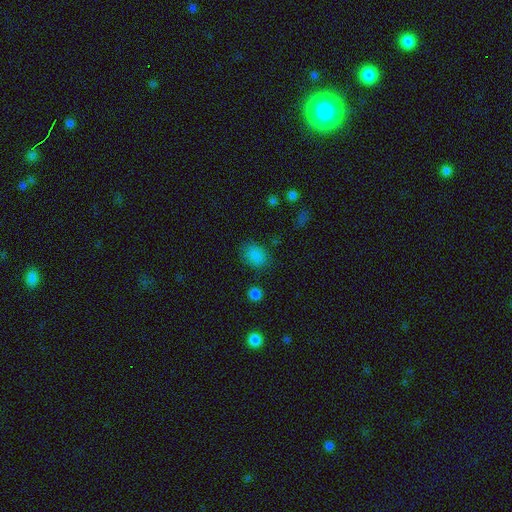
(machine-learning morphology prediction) Smooth or featured: smooth — 83% (star or artifact — 13%)
How rounded: in between — 63% (round — 35%)
Merging: none — 79% (minor disturbance — 14%)